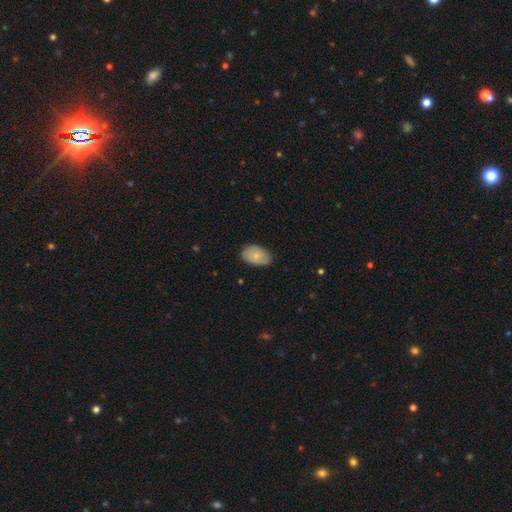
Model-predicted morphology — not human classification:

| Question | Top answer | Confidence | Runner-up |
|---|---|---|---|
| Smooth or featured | smooth | 74% | featured or disk (20%) |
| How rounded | in between | 89% | round (9%) |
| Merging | none | 73% | minor disturbance (23%) |